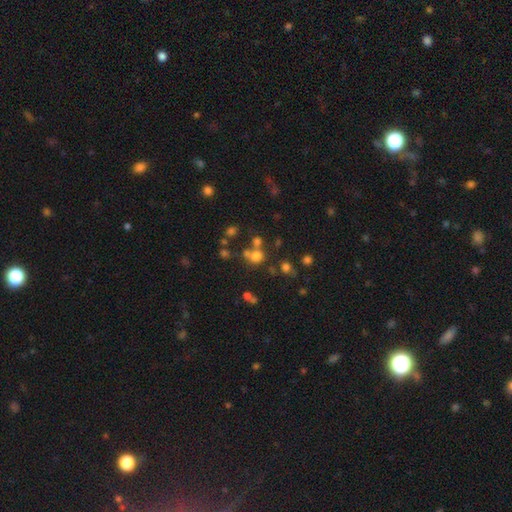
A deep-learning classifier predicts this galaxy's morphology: Smooth or featured?
  - smooth: 65% *
  - star or artifact: 22%
  - featured or disk: 12%
How rounded?
  - round: 84% *
  - in between: 15%
  - cigar-shaped: 1%
Merging?
  - none: 55% *
  - merger: 30%
  - minor disturbance: 9%
  - major disturbance: 6%